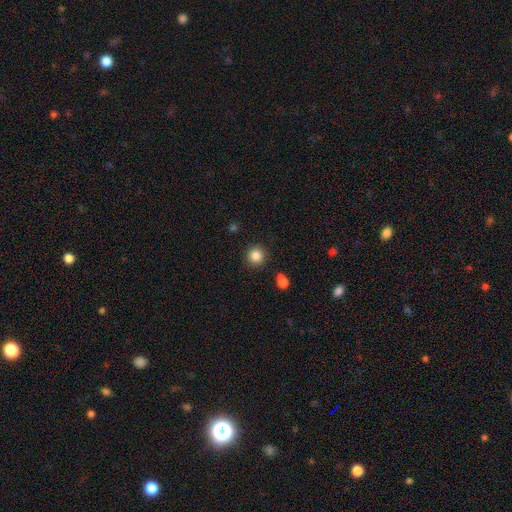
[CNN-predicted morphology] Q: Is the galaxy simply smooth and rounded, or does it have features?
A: smooth — 85%.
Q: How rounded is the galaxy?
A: round — 94%.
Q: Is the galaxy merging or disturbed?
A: none — 89%.